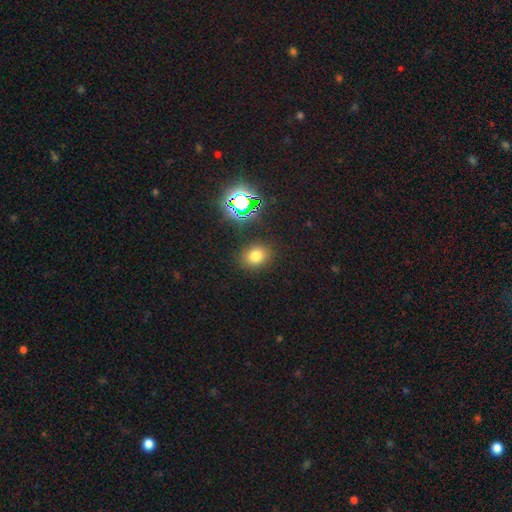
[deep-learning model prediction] Overall: smooth (72%). How rounded: round (52%; in between 47%). Merging: none (86%).